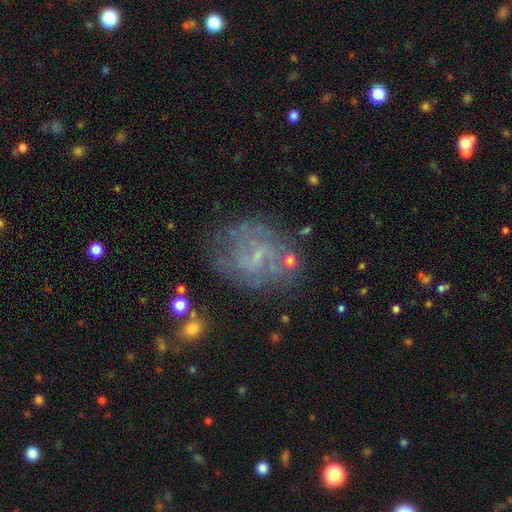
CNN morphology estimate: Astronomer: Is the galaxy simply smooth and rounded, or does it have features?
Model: featured or disk — 71%.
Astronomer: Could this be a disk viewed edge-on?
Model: no — 98%.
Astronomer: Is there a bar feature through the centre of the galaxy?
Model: weak — 54% (runner-up: no, 34%).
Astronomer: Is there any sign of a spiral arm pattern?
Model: yes — 75%.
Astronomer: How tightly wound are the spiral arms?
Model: medium — 40% (runner-up: tight, 37%).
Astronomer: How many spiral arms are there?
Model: can't tell — 43% (runner-up: 2, 33%).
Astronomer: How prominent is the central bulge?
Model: small — 60%.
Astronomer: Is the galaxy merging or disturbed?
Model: none — 63%.